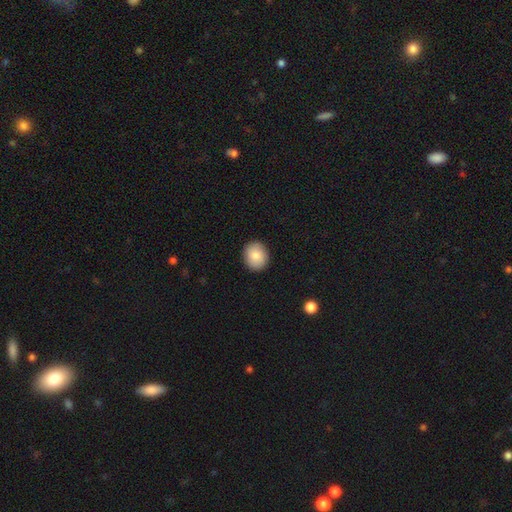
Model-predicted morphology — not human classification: Smooth or featured: smooth — 84% (featured or disk — 9%)
How rounded: round — 74% (in between — 25%)
Merging: none — 91% (minor disturbance — 7%)